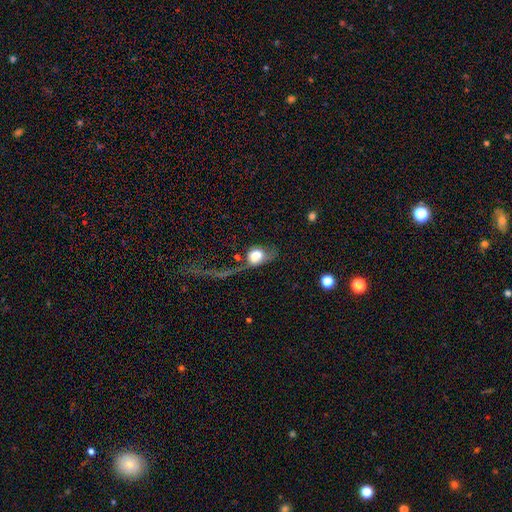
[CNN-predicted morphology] This appears to be a smooth galaxy with no disk features (60%) that is in between round and cigar-shaped (62%). Merging: major disturbance (52%).